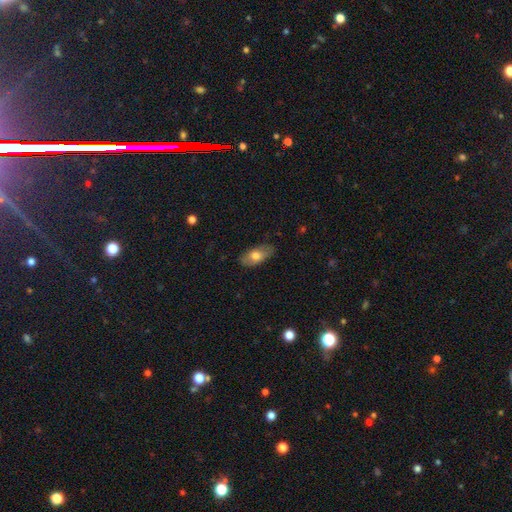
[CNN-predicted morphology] This is likely a smooth galaxy (70%). How rounded: clearly in between (90%). Merging: likely none (80%).